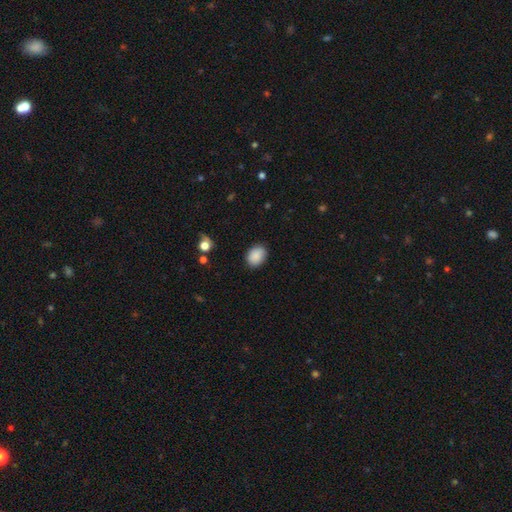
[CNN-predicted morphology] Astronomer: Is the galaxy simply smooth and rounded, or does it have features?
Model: smooth — 88%.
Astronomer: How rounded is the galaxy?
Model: in between — 63%.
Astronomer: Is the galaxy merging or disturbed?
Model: none — 85%.